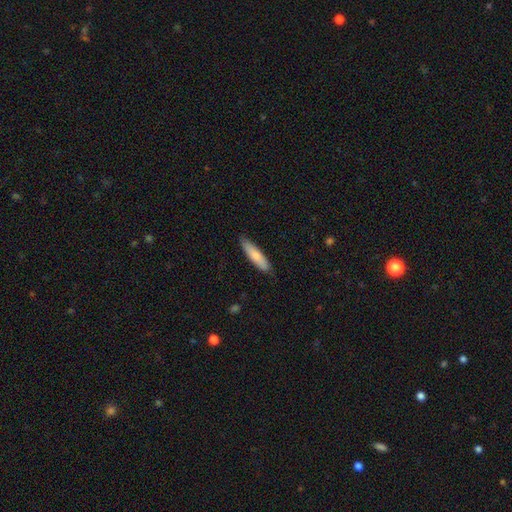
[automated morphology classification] The model was most divided on "how rounded": cigar-shaped: 72%, in between: 27%, round: 1%. More confident: merging — none (82%); smooth or featured — smooth (78%).